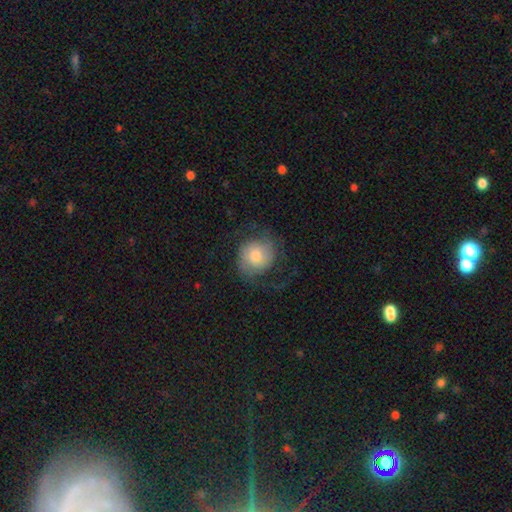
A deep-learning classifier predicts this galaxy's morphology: smooth-or-featured: featured or disk: 51% | smooth: 41% | star or artifact: 8%
  disk-edge-on: no: 97% | yes: 3%
  merging: none: 64% | major disturbance: 18% | minor disturbance: 17% | merger: 1%